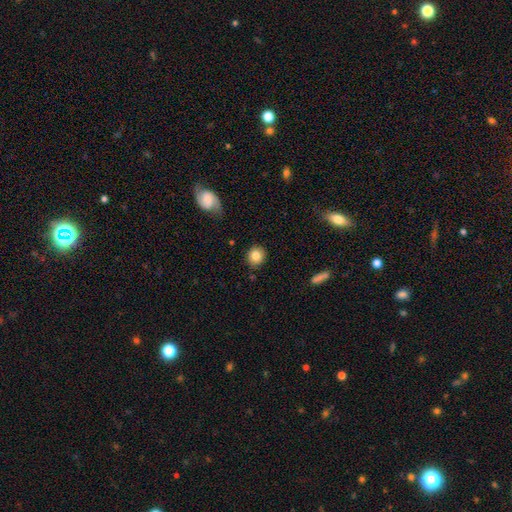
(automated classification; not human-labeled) A smooth galaxy with no disk features (82%) that is round (85%).

Vote fractions:
- Smooth or featured? smooth: 82% / featured or disk: 9% / star or artifact: 9%
- How rounded? round: 85% / in between: 14% / cigar-shaped: 1%
- Merging? none: 87% / minor disturbance: 9% / major disturbance: 2% / merger: 2%